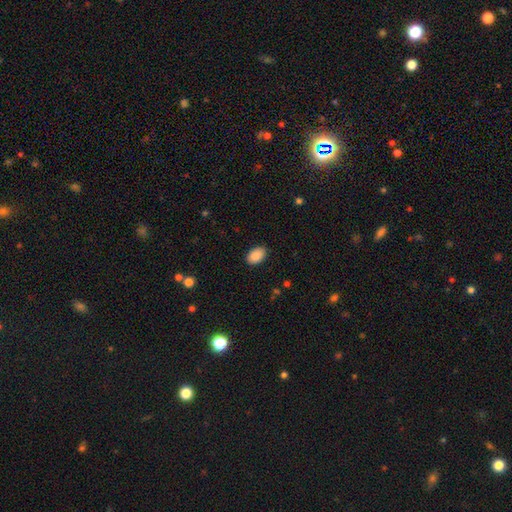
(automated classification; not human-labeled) Smooth or featured? Predicted: smooth (p=0.89). How rounded? Predicted: in between (p=0.88). Merging? Predicted: none (p=0.87).